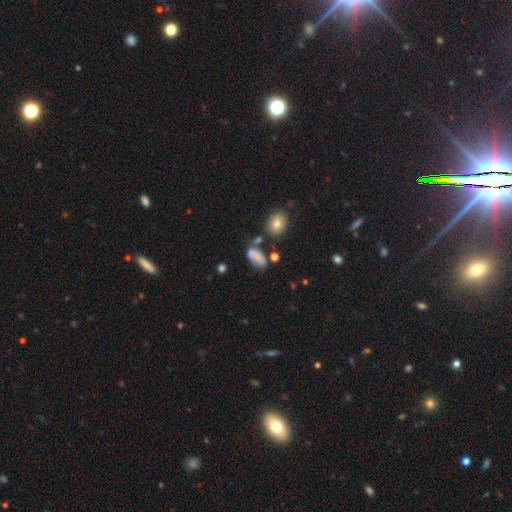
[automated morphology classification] Overall: smooth (75%). How rounded: in between (89%). Merging: none (41%; minor disturbance 27%).